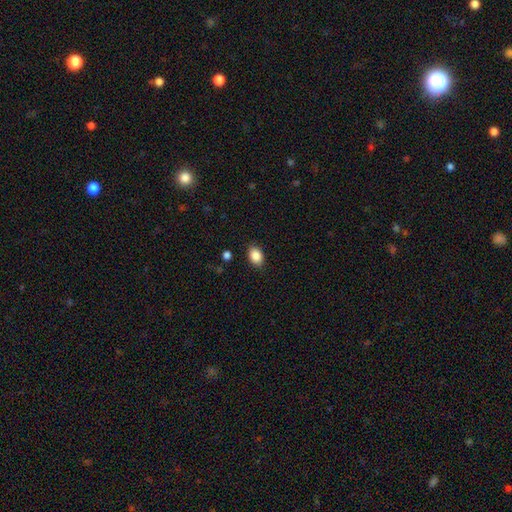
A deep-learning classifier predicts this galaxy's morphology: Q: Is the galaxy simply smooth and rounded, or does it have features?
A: smooth — 87%.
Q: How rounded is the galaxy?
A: in between — 79%.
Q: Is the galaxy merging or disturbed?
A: none — 87%.